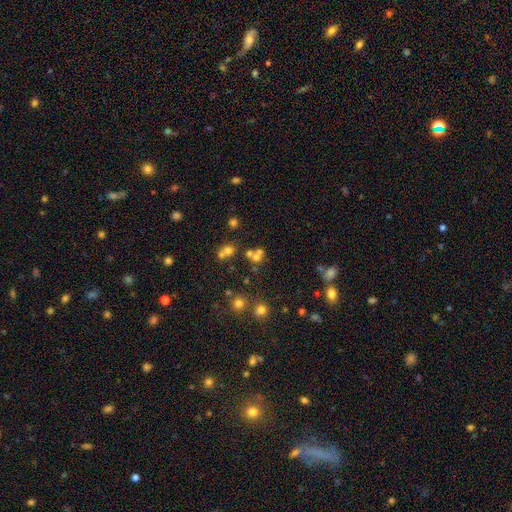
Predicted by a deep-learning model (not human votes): A smooth galaxy with no disk features (56%) that is round (81%). Merging: none (48%).